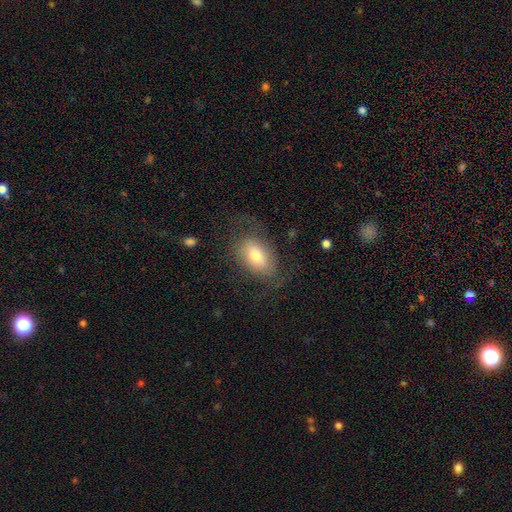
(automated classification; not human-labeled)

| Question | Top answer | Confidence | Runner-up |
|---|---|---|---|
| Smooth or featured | smooth | 59% | featured or disk (33%) |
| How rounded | in between | 86% | round (12%) |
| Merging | none | 61% | minor disturbance (19%) |